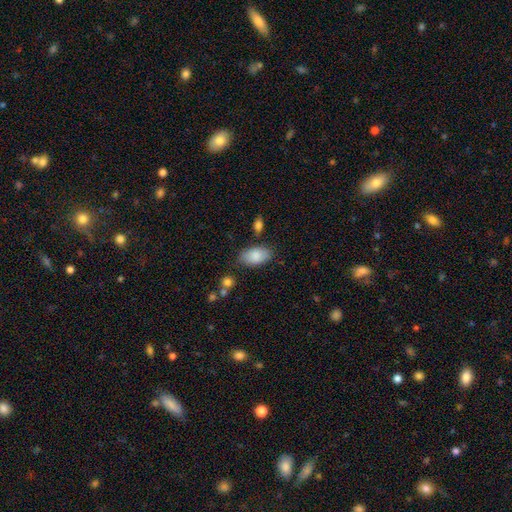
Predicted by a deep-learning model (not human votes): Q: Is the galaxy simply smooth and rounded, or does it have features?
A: smooth — 85%.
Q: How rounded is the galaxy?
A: in between — 94%.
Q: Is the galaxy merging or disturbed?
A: none — 75%.